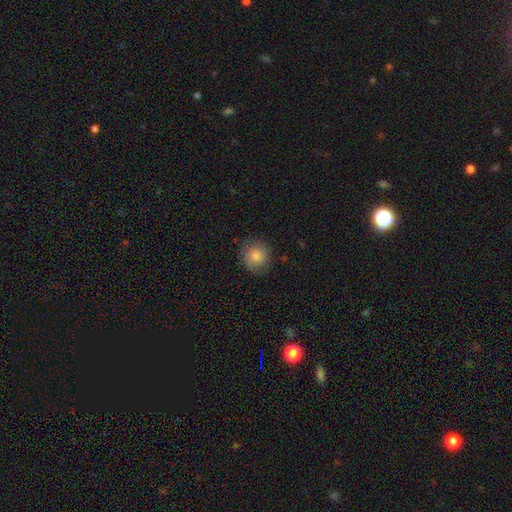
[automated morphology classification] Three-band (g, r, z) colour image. It shows a smooth galaxy with no disk features (73%) that is round (85%). Merging: none (77%).